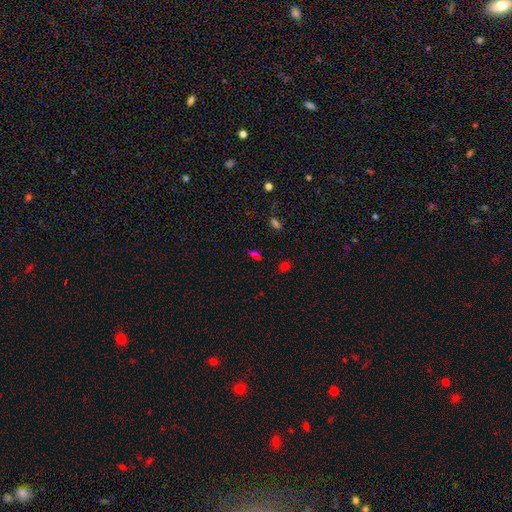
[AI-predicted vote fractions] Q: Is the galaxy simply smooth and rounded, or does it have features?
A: smooth — 49%.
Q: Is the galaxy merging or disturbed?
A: none — 75%.